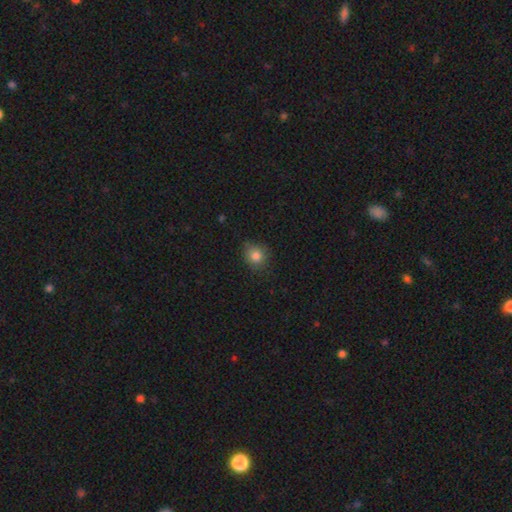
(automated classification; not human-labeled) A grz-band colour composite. It shows a smooth galaxy with no disk features (83%) that is round (79%). Merging: none (77%).